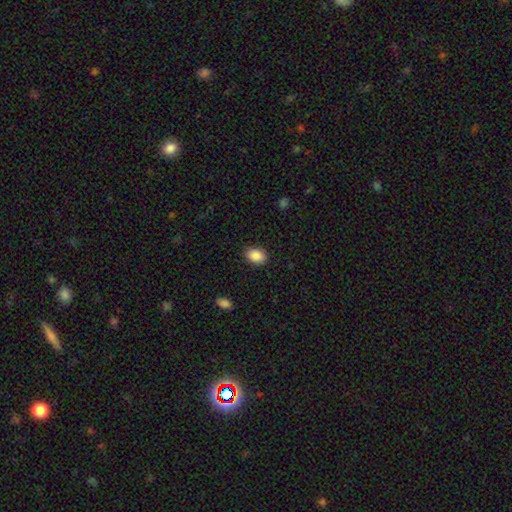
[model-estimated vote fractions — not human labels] Overall: smooth (89%). How rounded: in between (82%). Merging: none (88%).